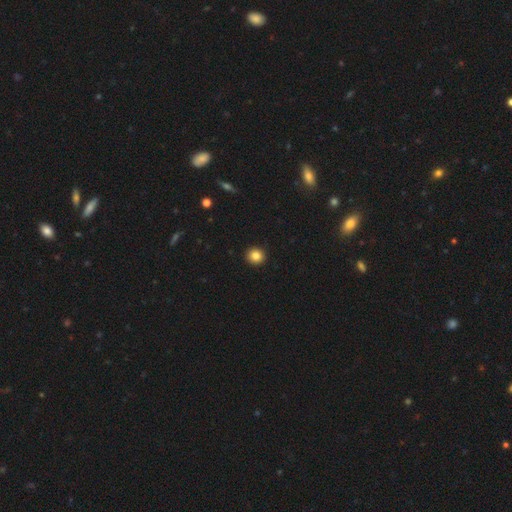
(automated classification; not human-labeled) Q: Smooth or featured?
A: smooth (85%); runner-up: star or artifact (10%)
Q: How rounded?
A: round (91%); runner-up: in between (8%)
Q: Merging?
A: none (93%); runner-up: minor disturbance (4%)